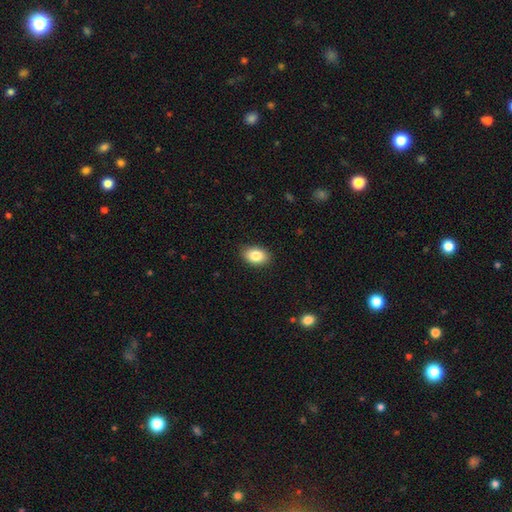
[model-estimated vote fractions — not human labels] Morphology: type=smooth (85%); roundness=in between (85%); merging=none (87%).